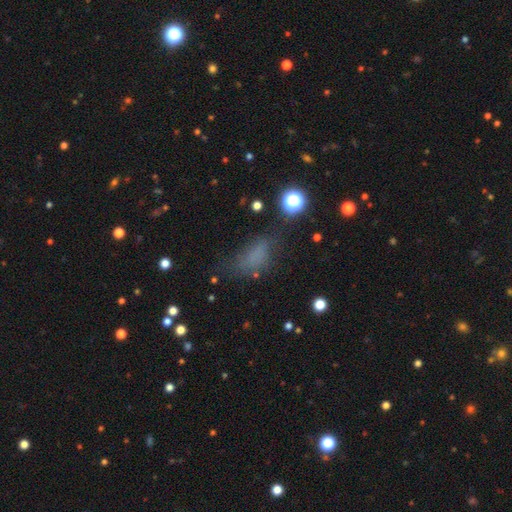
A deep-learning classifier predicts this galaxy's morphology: Q: Smooth or featured?
A: smooth (64%); runner-up: star or artifact (23%)
Q: How rounded?
A: in between (80%); runner-up: cigar-shaped (10%)
Q: Merging?
A: none (47%); runner-up: minor disturbance (27%)